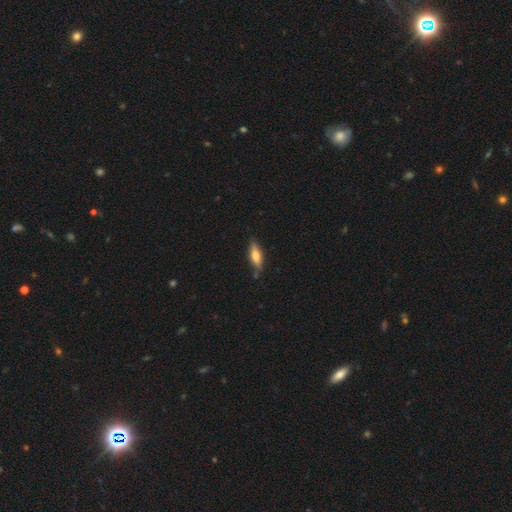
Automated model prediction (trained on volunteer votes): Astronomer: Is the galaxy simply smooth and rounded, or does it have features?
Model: smooth — 67%.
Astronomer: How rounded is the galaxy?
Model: in between — 51% (runner-up: cigar-shaped, 46%).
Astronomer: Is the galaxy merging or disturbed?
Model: none — 78%.